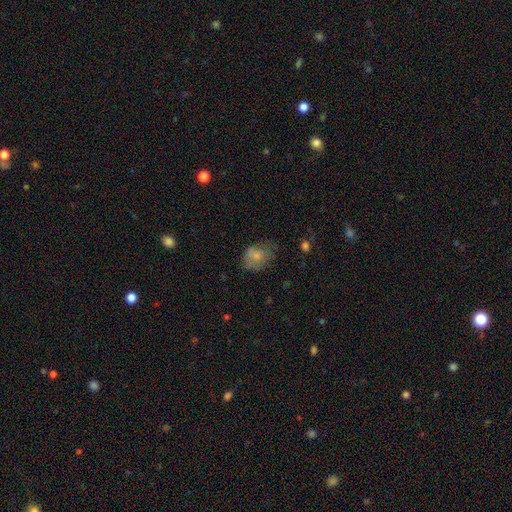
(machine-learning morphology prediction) type=smooth (71%); roundness=in between (61%); merging=none (44%).